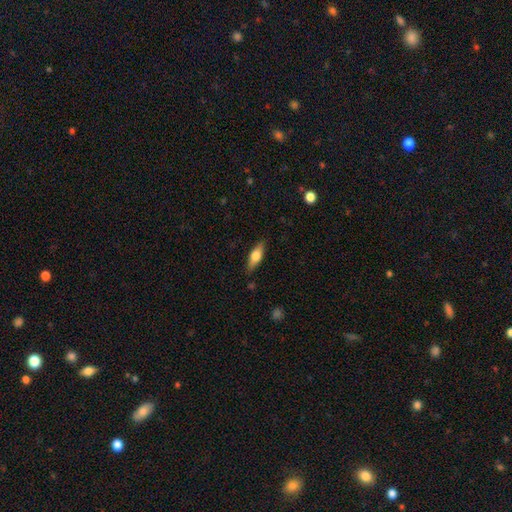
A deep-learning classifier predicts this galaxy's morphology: Smooth or featured? Predicted: smooth (p=0.59). How rounded? Predicted: in between (p=0.60). Merging? Predicted: none (p=0.84).